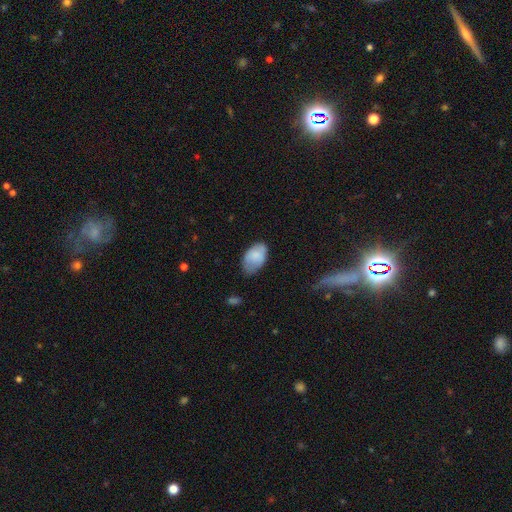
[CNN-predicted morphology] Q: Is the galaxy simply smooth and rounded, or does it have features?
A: smooth — 80%.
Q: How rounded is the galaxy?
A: in between — 93%.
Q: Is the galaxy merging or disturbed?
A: none — 58%.